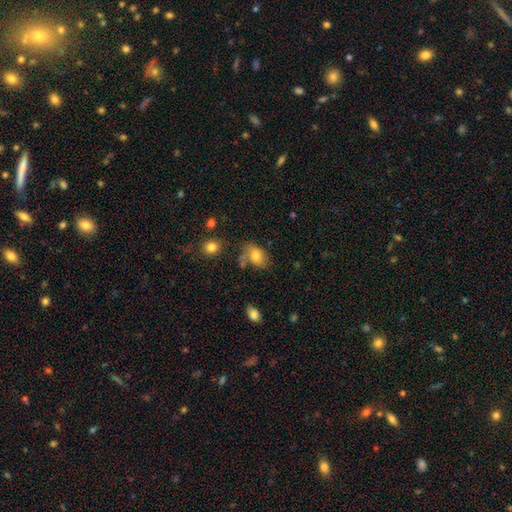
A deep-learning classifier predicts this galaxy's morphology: The model was most divided on "merging": none: 57%, minor disturbance: 23%, merger: 12%, major disturbance: 8%. More confident: smooth or featured — smooth (78%); how rounded — in between (76%).